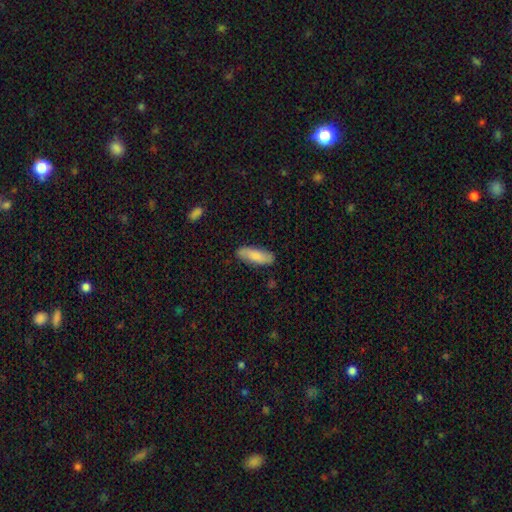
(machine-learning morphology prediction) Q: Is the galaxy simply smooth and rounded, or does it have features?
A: smooth — 80%.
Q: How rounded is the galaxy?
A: in between — 62%.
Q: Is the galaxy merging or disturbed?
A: none — 84%.